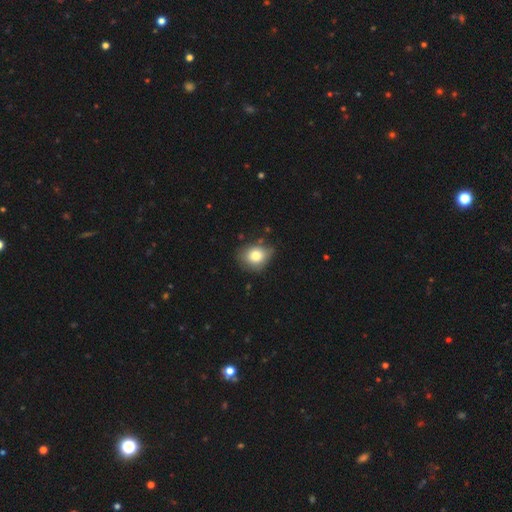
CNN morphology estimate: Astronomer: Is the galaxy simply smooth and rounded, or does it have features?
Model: smooth — 80%.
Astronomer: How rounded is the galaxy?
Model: round — 61% (runner-up: in between, 38%).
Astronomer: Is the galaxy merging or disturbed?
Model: none — 68%.